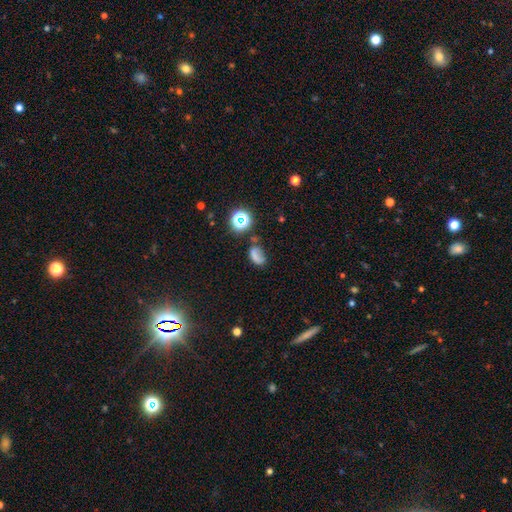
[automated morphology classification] A smooth galaxy with no disk features (60%) that is in between round and cigar-shaped (78%). Merging: none (52%).